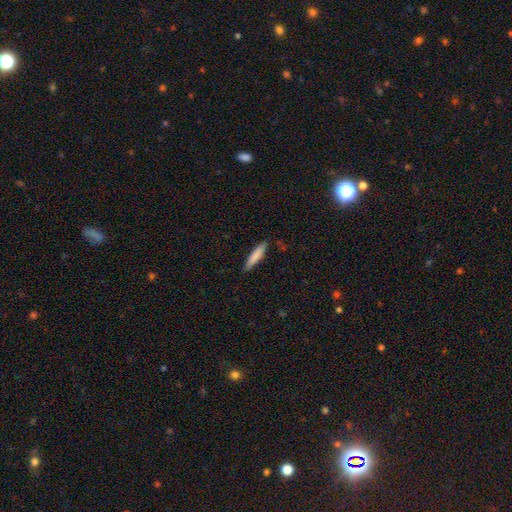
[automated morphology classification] The model was most divided on "smooth or featured": smooth: 82%, featured or disk: 13%, star or artifact: 6%. More confident: how rounded — cigar-shaped (86%); merging — none (86%).